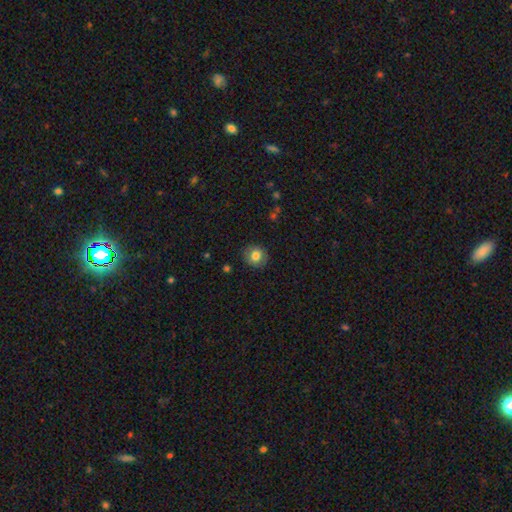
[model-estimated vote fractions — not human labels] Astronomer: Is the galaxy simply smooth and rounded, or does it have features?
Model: smooth — 81%.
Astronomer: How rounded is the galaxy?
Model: round — 87%.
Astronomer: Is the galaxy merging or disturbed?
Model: none — 88%.